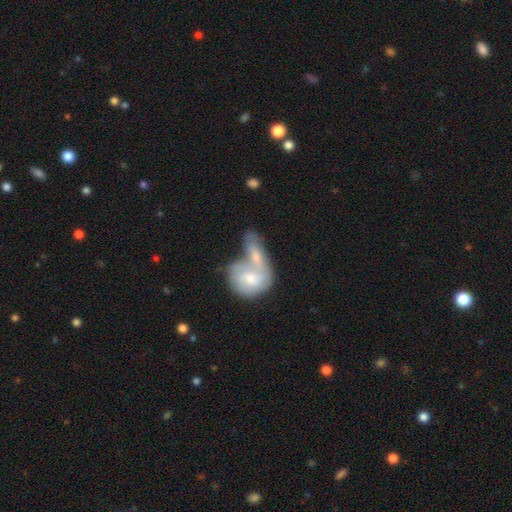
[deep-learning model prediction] A smooth galaxy with no disk features (58%) that is in between round and cigar-shaped (58%).

Vote fractions:
- Smooth or featured? smooth: 58% / featured or disk: 36% / star or artifact: 6%
- How rounded? in between: 58% / round: 28% / cigar-shaped: 13%
- Merging? merger: 68% / none: 20% / minor disturbance: 8% / major disturbance: 5%